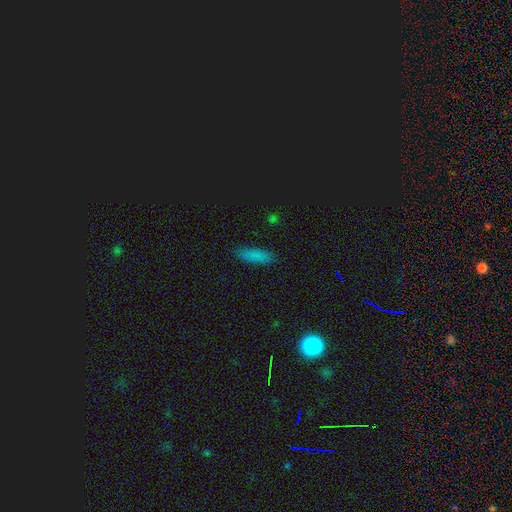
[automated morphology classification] The model was most divided on "how rounded": cigar-shaped: 53%, in between: 44%, round: 3%. More confident: merging — none (85%); smooth or featured — smooth (80%).